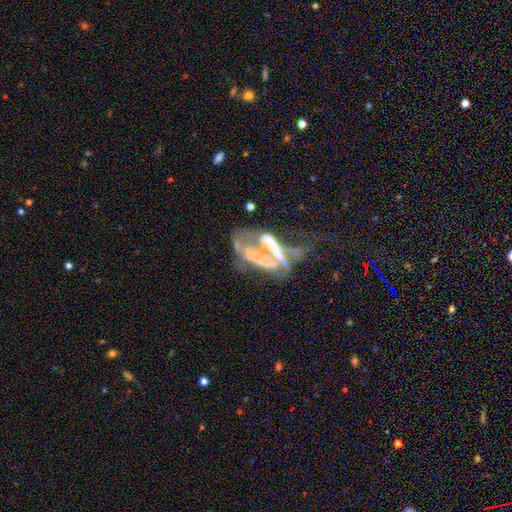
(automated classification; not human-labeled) A featured or disk galaxy (65%) with no bar (67%), no spiral arms (76%) and no central bulge (50%). Merging: merger (46%).